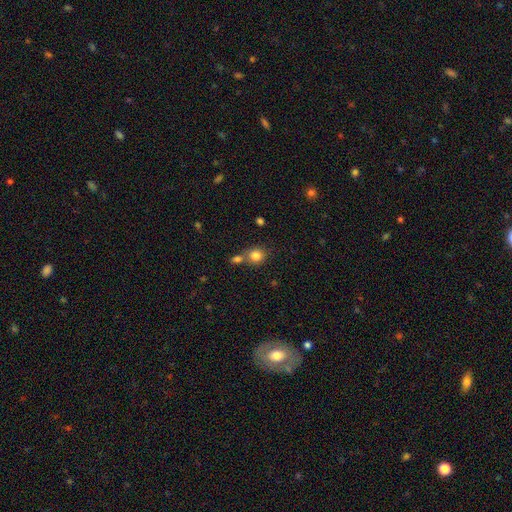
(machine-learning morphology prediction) Smooth or featured?
  - smooth: 83% *
  - star or artifact: 11%
  - featured or disk: 7%
How rounded?
  - round: 84% *
  - in between: 15%
  - cigar-shaped: 1%
Merging?
  - none: 54% *
  - merger: 34%
  - minor disturbance: 9%
  - major disturbance: 3%